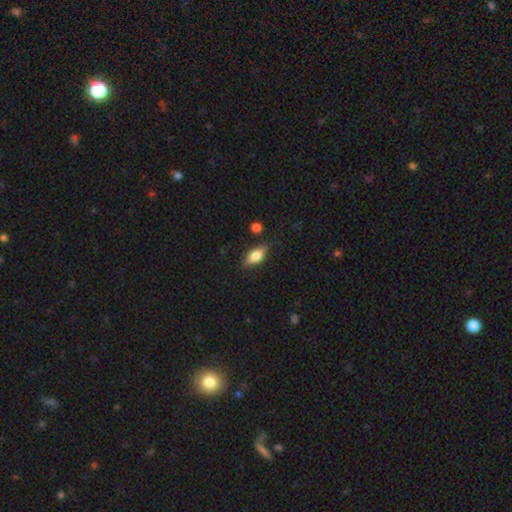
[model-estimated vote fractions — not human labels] Overall: smooth (62%; featured or disk 30%). How rounded: in between (76%). Merging: none (81%).